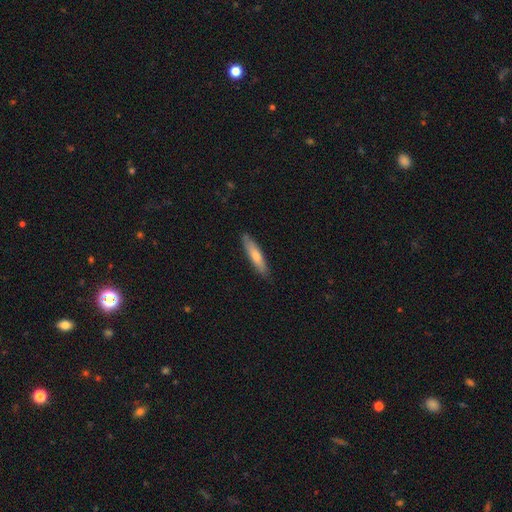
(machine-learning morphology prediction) A smooth galaxy with no disk features (64%) that is cigar-shaped (85%).

Vote fractions:
- Smooth or featured? smooth: 64% / featured or disk: 31% / star or artifact: 5%
- How rounded? cigar-shaped: 85% / in between: 14% / round: 1%
- Merging? none: 87% / minor disturbance: 10% / major disturbance: 2% / merger: 1%